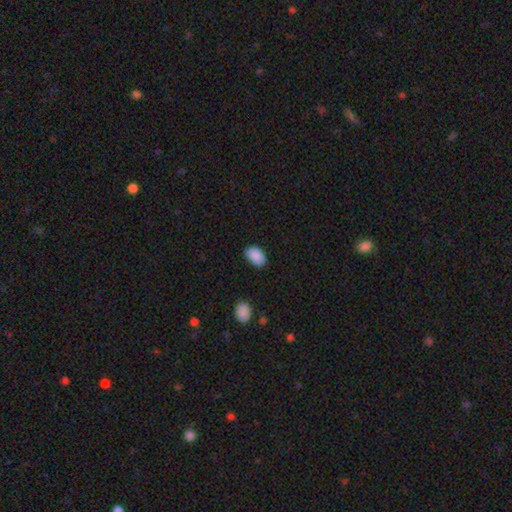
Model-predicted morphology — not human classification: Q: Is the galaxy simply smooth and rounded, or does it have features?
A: smooth — 89%.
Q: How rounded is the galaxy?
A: in between — 88%.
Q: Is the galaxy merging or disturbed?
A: none — 82%.